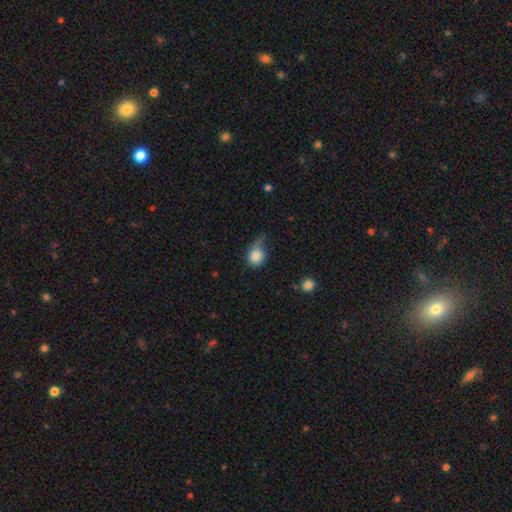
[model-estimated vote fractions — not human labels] A smooth galaxy with no disk features (81%) that is round (71%).

Vote fractions:
- Smooth or featured? smooth: 81% / featured or disk: 10% / star or artifact: 8%
- How rounded? round: 71% / in between: 28% / cigar-shaped: 1%
- Merging? minor disturbance: 36% / none: 32% / major disturbance: 27% / merger: 5%